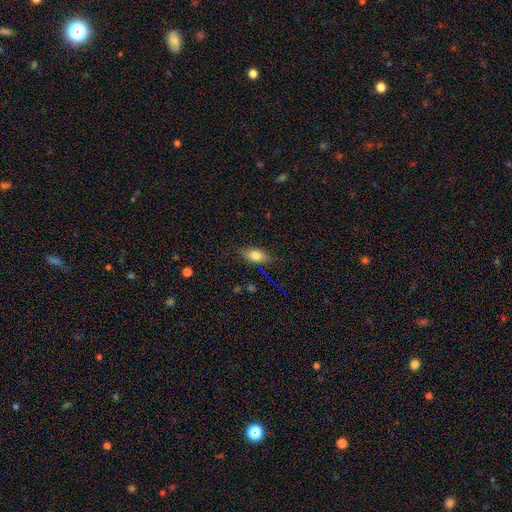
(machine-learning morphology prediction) Overall: smooth (71%). How rounded: in between (79%). Merging: none (79%).